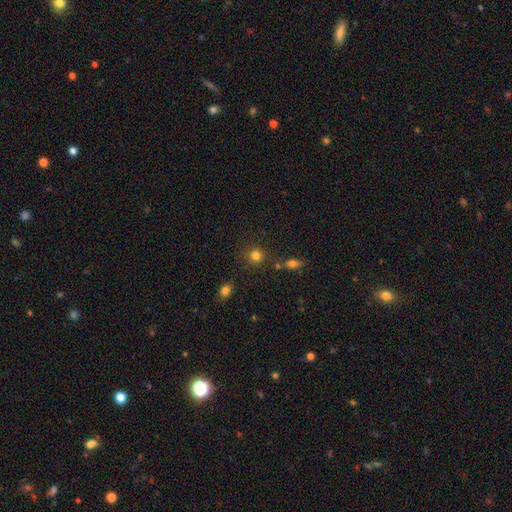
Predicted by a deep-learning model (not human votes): This appears to be a smooth galaxy with no disk features (81%) that is round (90%). Merging: none (80%).